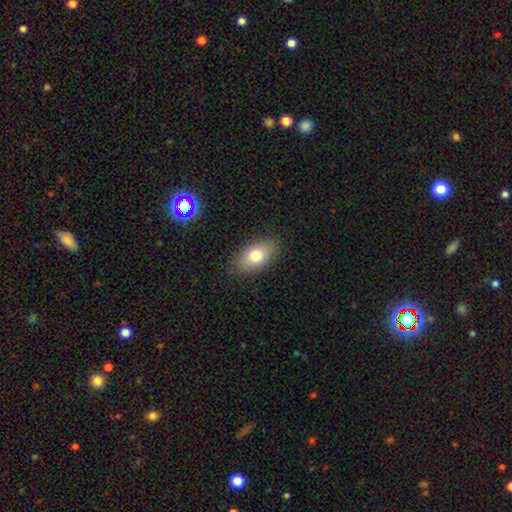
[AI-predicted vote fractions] The model was most divided on "smooth or featured": smooth: 75%, featured or disk: 16%, star or artifact: 9%. More confident: how rounded — in between (89%); merging — none (85%).